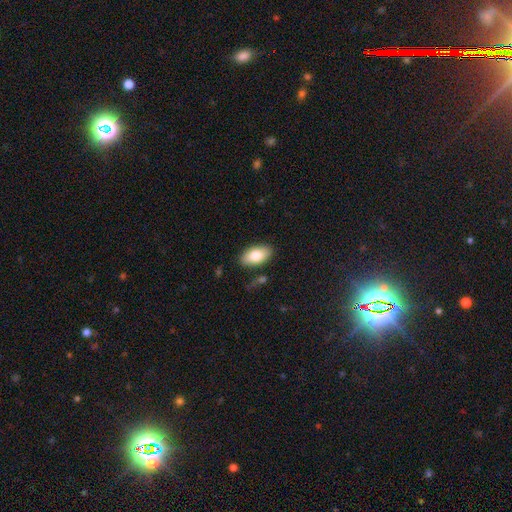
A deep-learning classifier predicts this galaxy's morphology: The model was most divided on "smooth or featured": smooth: 80%, featured or disk: 13%, star or artifact: 7%. More confident: how rounded — in between (94%); merging — none (84%).